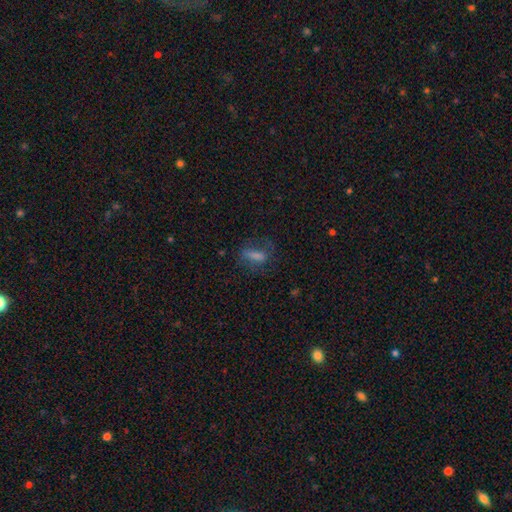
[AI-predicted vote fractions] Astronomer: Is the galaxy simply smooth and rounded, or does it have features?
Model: smooth — 64%.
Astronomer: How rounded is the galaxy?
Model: in between — 57% (runner-up: cigar-shaped, 36%).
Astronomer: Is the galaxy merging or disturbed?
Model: none — 60%.